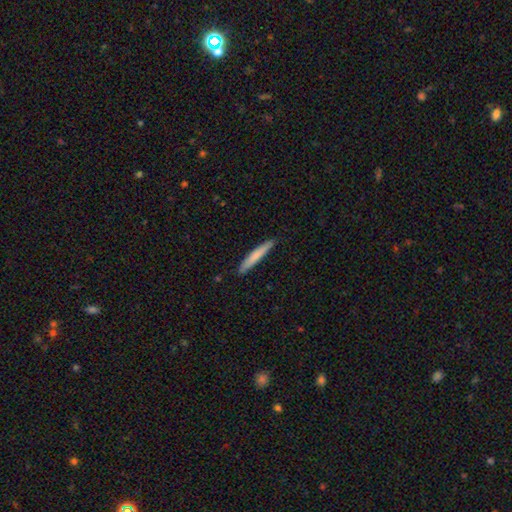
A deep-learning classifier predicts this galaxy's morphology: smooth 74%, featured or disk 21%, star or artifact 5%. Down the decision tree: how rounded — cigar-shaped (95%); merging — none (89%).